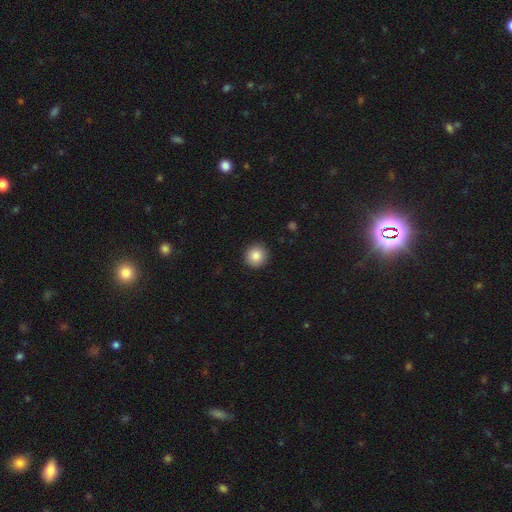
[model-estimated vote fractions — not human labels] This appears to be a smooth galaxy with no disk features (86%) that is round (94%). Merging: none (92%).